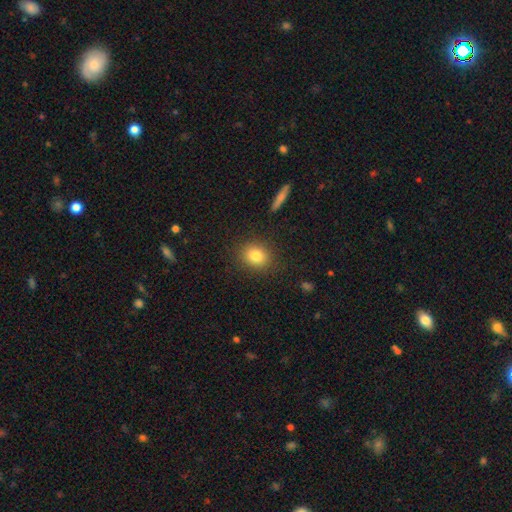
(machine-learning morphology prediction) This appears to be a smooth galaxy with no disk features (81%) that is round (69%). Merging: none (88%).